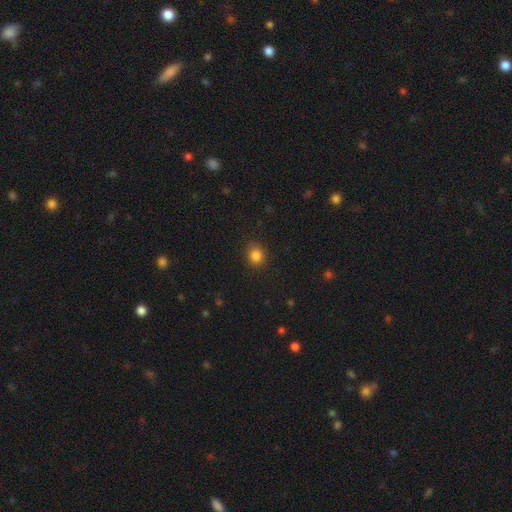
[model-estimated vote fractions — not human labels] Overall: smooth (84%). How rounded: round (80%). Merging: none (84%).